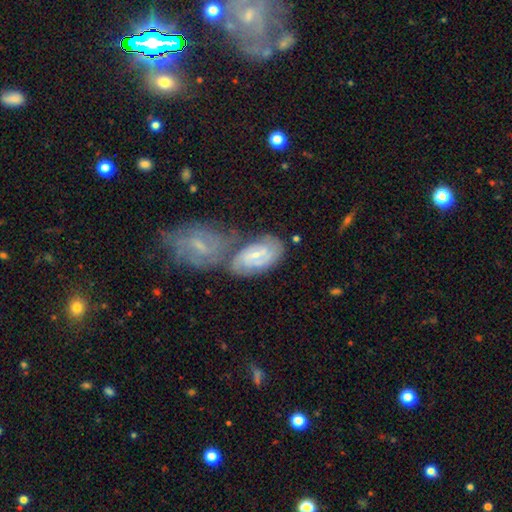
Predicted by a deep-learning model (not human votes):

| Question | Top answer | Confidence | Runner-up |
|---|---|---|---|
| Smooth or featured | featured or disk | 72% | smooth (22%) |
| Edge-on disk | no | 95% | yes (5%) |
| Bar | weak | 51% | no (27%) |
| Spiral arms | yes | 87% | no (13%) |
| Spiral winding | tight | 53% | medium (37%) |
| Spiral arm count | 2 | 48% | can't tell (32%) |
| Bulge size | small | 69% | moderate (24%) |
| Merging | merger | 45% | none (38%) |